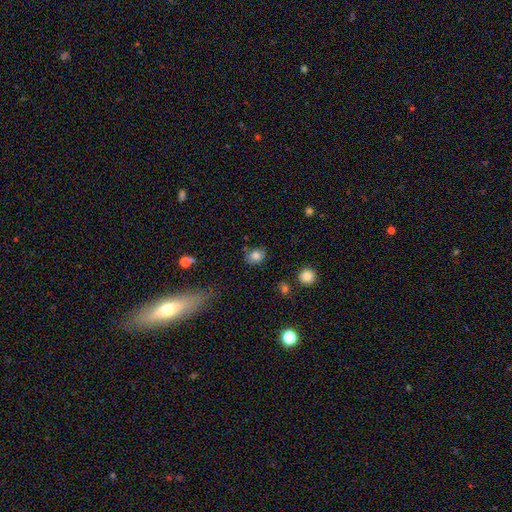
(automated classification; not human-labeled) Smooth or featured? Predicted: smooth (p=0.82). How rounded? Predicted: in between (p=0.51). Merging? Predicted: none (p=0.79).